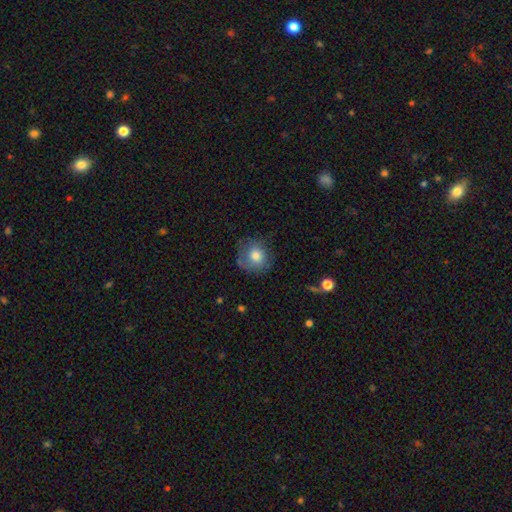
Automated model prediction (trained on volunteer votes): A smooth galaxy with no disk features (74%) that is round (85%).

Vote fractions:
- Smooth or featured? smooth: 74% / featured or disk: 17% / star or artifact: 9%
- How rounded? round: 85% / in between: 14% / cigar-shaped: 1%
- Merging? none: 67% / minor disturbance: 22% / major disturbance: 9% / merger: 2%